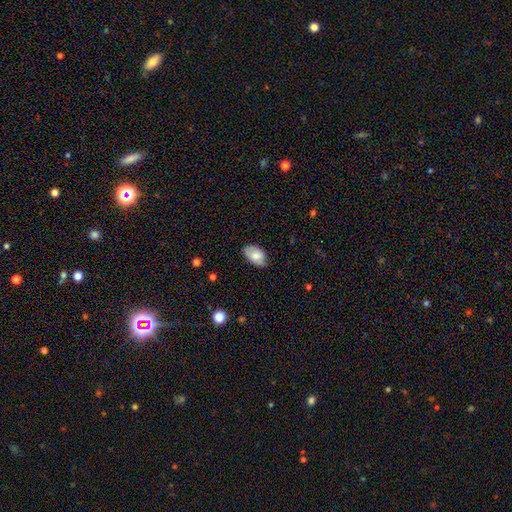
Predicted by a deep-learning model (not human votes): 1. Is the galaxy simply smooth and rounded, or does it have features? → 77% smooth, 16% featured or disk, 7% star or artifact.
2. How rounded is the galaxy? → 93% in between, 6% round, 1% cigar-shaped.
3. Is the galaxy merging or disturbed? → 75% none, 21% minor disturbance, 3% major disturbance, 1% merger.